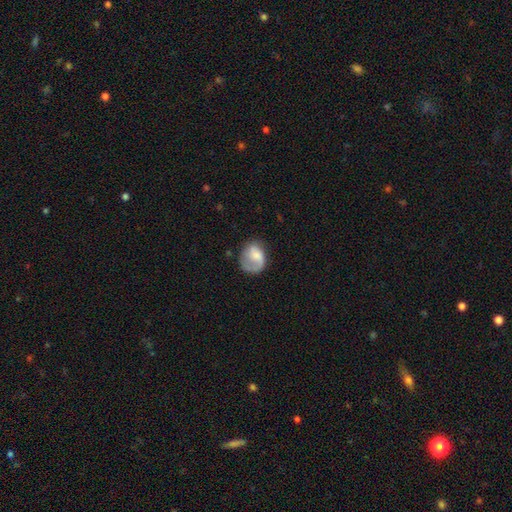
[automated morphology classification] This appears to be a featured or disk galaxy (48%). Merging: none (48%).